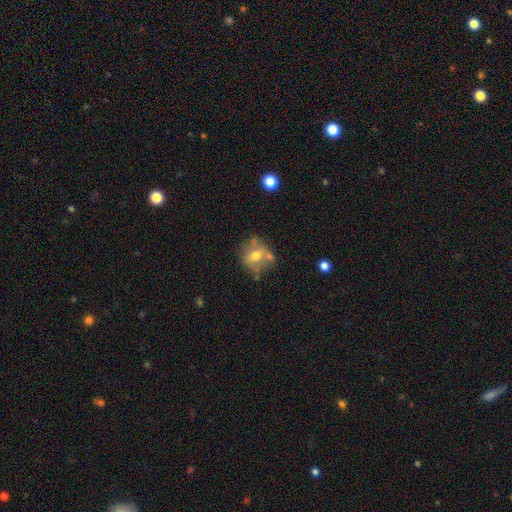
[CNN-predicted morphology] Smooth or featured: smooth — 50% (featured or disk — 40%)
Merging: none — 56% (minor disturbance — 20%)